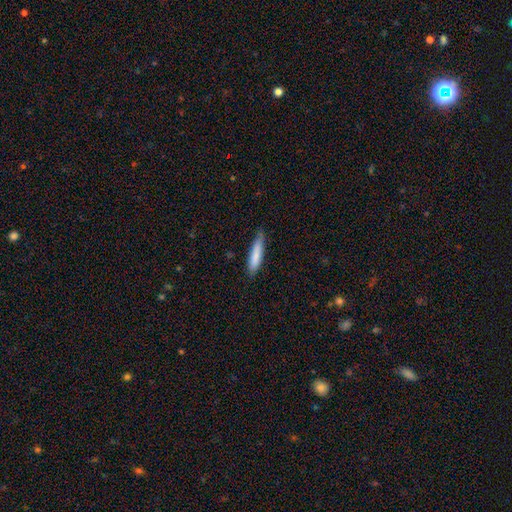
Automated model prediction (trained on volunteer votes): smooth_or_featured: smooth (p=0.81) [alt: featured or disk p=0.13]
how_rounded: cigar-shaped (p=0.82) [alt: in between p=0.17]
merging: none (p=0.74) [alt: minor disturbance p=0.22]